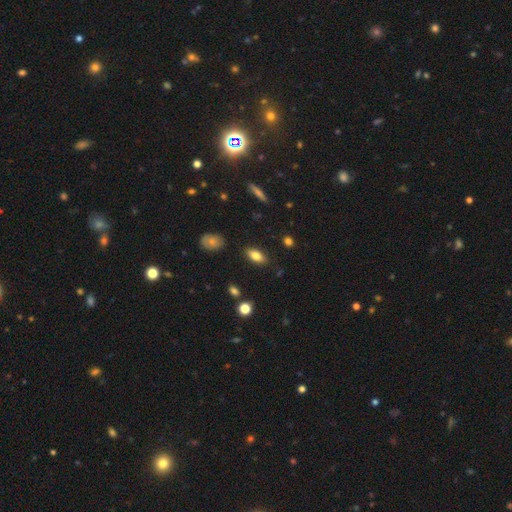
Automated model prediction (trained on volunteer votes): Smooth or featured: smooth — 79% (featured or disk — 13%)
How rounded: in between — 86% (cigar-shaped — 10%)
Merging: none — 86% (minor disturbance — 10%)